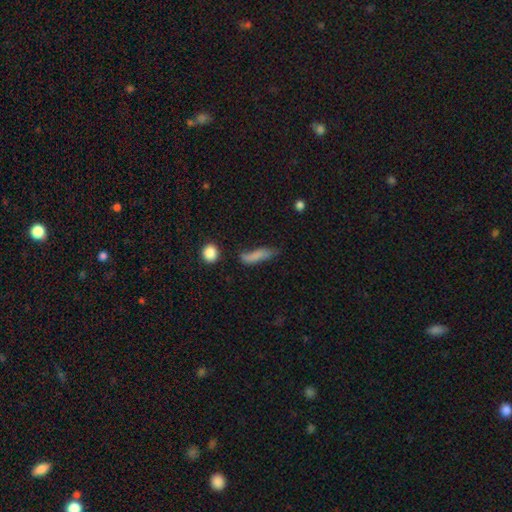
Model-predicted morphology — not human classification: Smooth or featured? Predicted: smooth (p=0.75). How rounded? Predicted: cigar-shaped (p=0.67). Merging? Predicted: none (p=0.49).